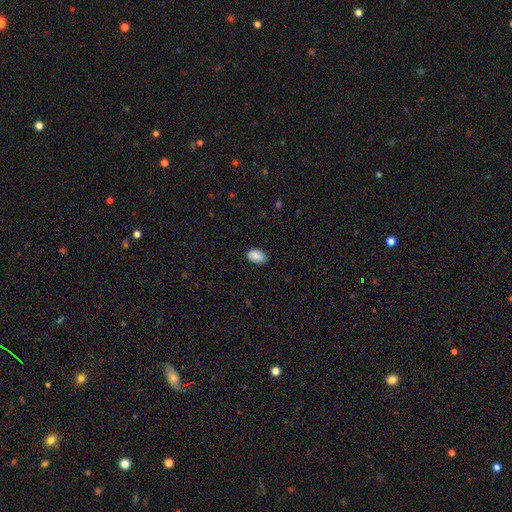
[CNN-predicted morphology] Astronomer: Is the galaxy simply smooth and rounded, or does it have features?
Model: smooth — 88%.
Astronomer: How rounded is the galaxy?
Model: in between — 90%.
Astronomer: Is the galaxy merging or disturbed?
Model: none — 80%.